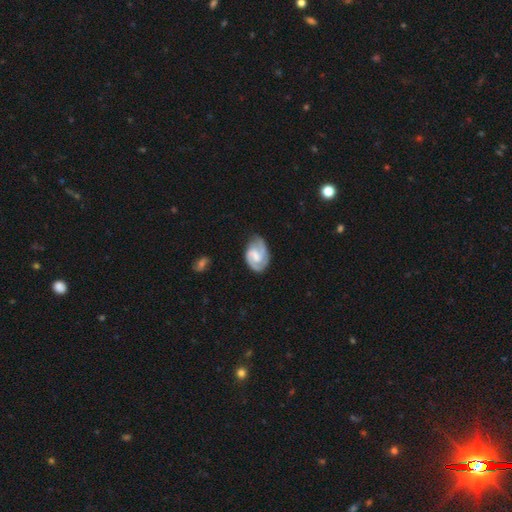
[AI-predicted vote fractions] The model was most divided on "spiral winding": medium: 45%, tight: 42%, loose: 13%. Remaining: edge-on disk — no (98%); spiral arms — yes (94%); smooth or featured — featured or disk (76%); spiral arm count — 2 (72%); merging — none (61%); bar — weak (52%); bulge size — moderate (38%).